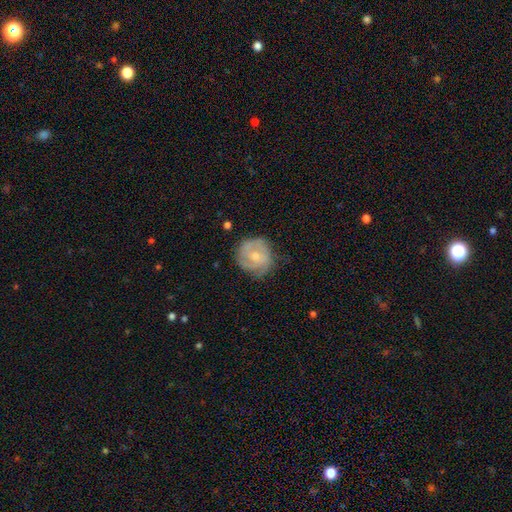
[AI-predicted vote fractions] Overall: featured or disk (65%; smooth 28%). Edge-on disk: no (98%). Bar: no (66%; weak 29%). Spiral arms: yes (85%). Spiral arm count: can't tell (31%; 2 30%). Spiral winding: tight (53%; medium 35%). Bulge size: small (52%; moderate 43%). Merging: none (67%).